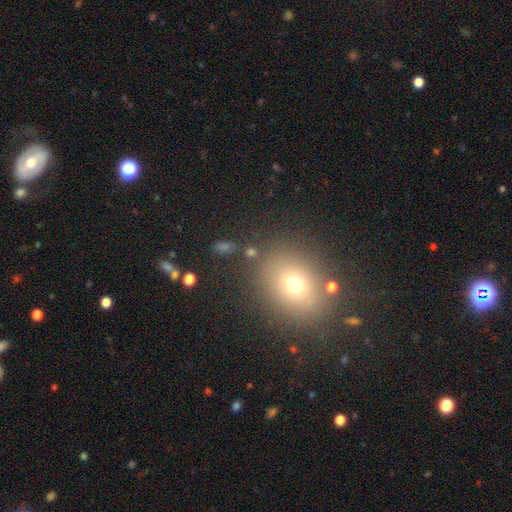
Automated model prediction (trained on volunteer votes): smooth 58%, star or artifact 32%, featured or disk 11%. Down the decision tree: how rounded — round (58%); merging — none (84%).